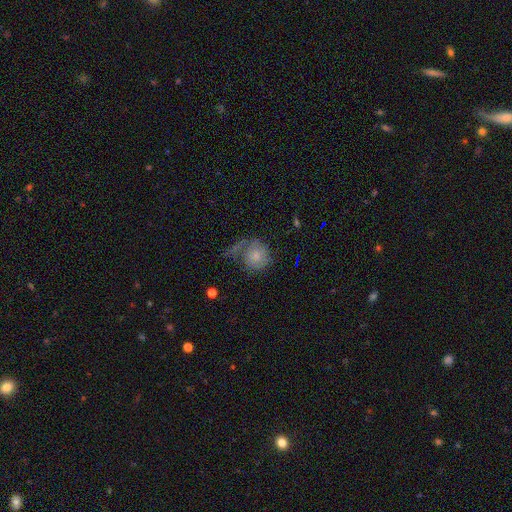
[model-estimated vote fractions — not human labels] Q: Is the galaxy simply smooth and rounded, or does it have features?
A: smooth — 62%.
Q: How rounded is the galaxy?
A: round — 83%.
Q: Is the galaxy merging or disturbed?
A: none — 38%.